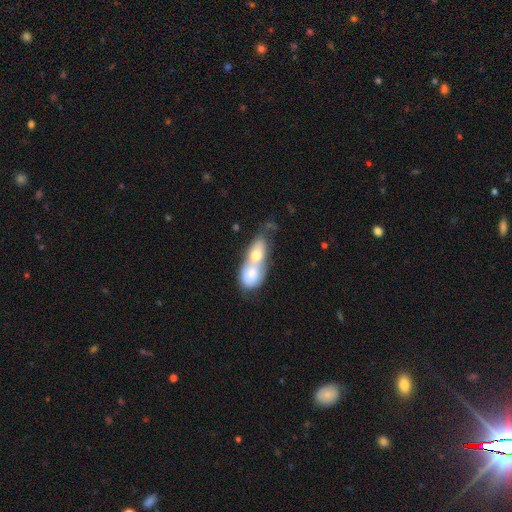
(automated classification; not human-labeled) smooth_or_featured: smooth (p=0.67) [alt: featured or disk p=0.26]
how_rounded: in between (p=0.72) [alt: round p=0.19]
merging: merger (p=0.79) [alt: none p=0.11]